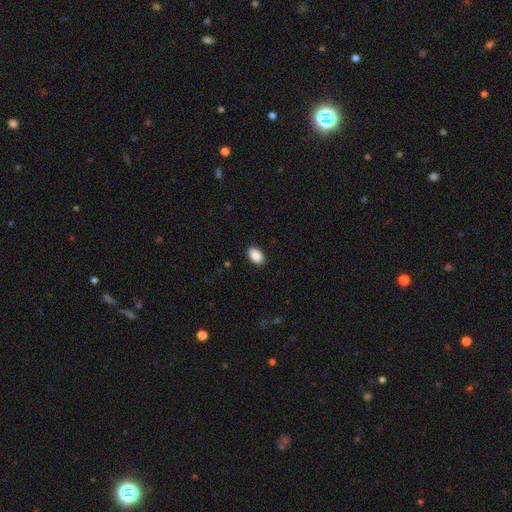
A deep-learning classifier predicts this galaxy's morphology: Smooth or featured?
  - smooth: 89% *
  - star or artifact: 7%
  - featured or disk: 3%
How rounded?
  - in between: 92% *
  - round: 7%
  - cigar-shaped: 1%
Merging?
  - none: 90% *
  - minor disturbance: 8%
  - major disturbance: 2%
  - merger: 1%